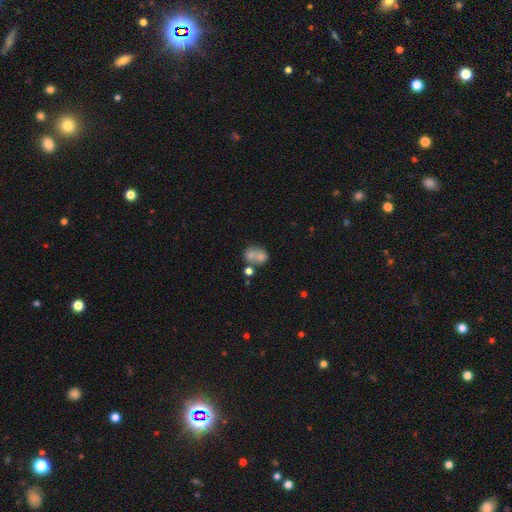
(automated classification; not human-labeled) This appears to be a smooth galaxy with no disk features (65%) that is in between round and cigar-shaped (58%). Merging: merger (51%).